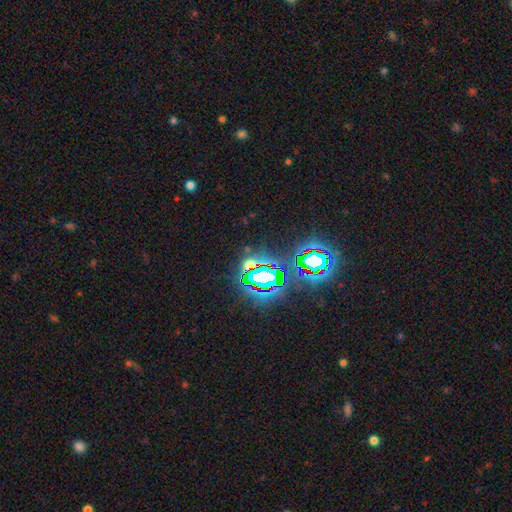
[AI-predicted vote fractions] Smooth or featured? Predicted: star or artifact (p=0.83).